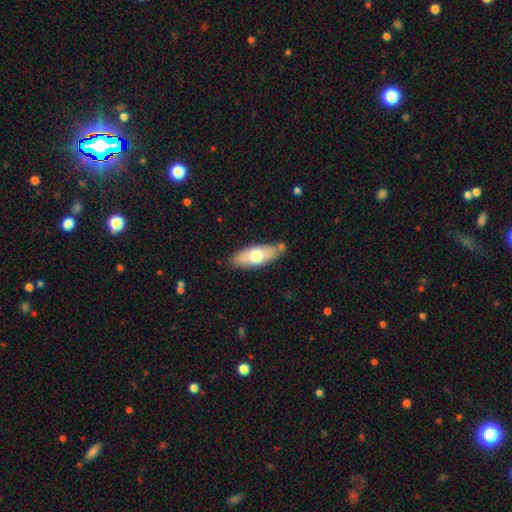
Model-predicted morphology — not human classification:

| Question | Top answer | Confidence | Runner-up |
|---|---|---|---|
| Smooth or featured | smooth | 64% | featured or disk (31%) |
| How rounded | in between | 70% | cigar-shaped (27%) |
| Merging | none | 76% | minor disturbance (15%) |